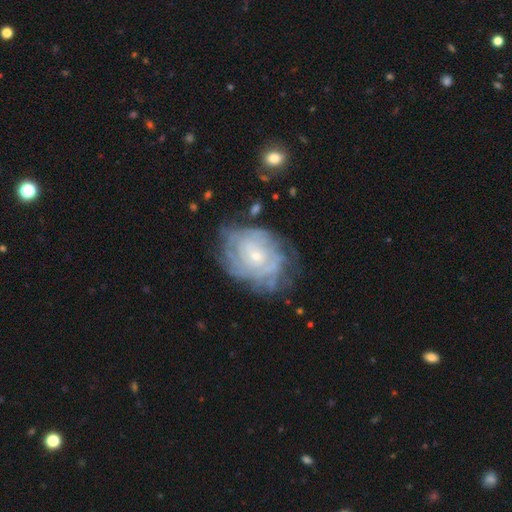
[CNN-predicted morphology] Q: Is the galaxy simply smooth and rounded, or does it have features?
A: featured or disk — 78%.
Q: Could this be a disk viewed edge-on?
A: no — 97%.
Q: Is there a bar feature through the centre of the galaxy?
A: no — 78%.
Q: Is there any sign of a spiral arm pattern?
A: yes — 86%.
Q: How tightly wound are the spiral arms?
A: tight — 74%.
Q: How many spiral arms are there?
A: can't tell — 56%.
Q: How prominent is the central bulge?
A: small — 77%.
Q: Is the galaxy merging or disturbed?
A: none — 62%.